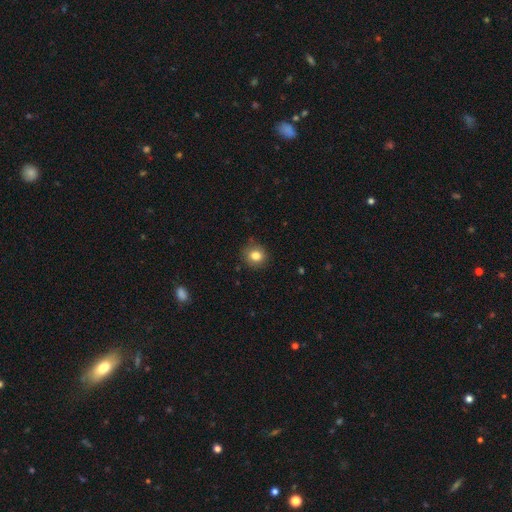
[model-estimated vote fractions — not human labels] This appears to be a smooth galaxy with no disk features (82%) that is round (84%). Merging: none (85%).